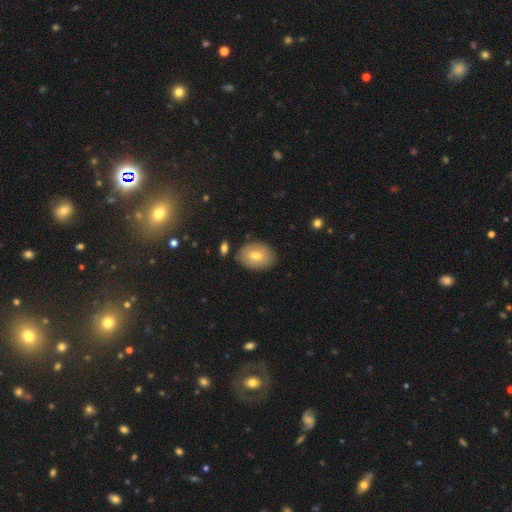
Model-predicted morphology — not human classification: A smooth galaxy with no disk features (69%) that is in between round and cigar-shaped (78%).

Vote fractions:
- Smooth or featured? smooth: 69% / featured or disk: 23% / star or artifact: 9%
- How rounded? in between: 78% / round: 21% / cigar-shaped: 1%
- Merging? none: 82% / minor disturbance: 12% / merger: 3% / major disturbance: 3%